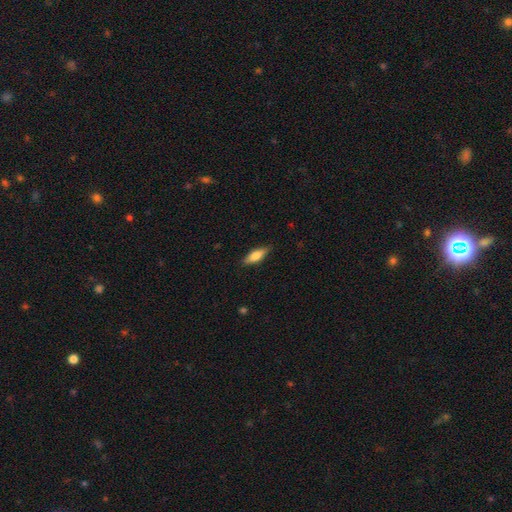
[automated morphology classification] smooth-or-featured: smooth: 74% | featured or disk: 20% | star or artifact: 6%
  how-rounded: in between: 58% | cigar-shaped: 40% | round: 2%
  merging: none: 85% | minor disturbance: 12% | major disturbance: 2% | merger: 1%